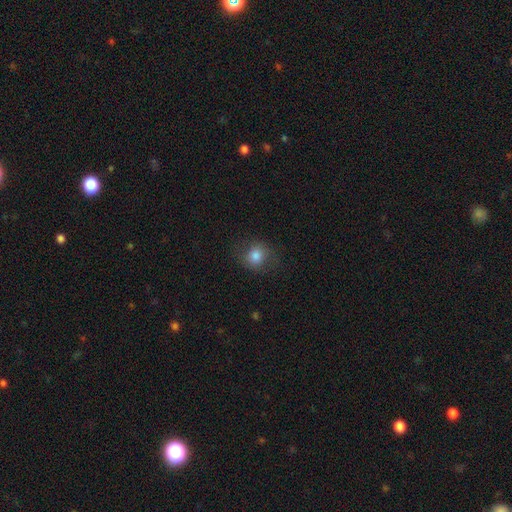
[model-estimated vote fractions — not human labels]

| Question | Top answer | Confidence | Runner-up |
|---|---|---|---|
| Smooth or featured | smooth | 79% | featured or disk (11%) |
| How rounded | round | 76% | in between (23%) |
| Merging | none | 73% | minor disturbance (17%) |